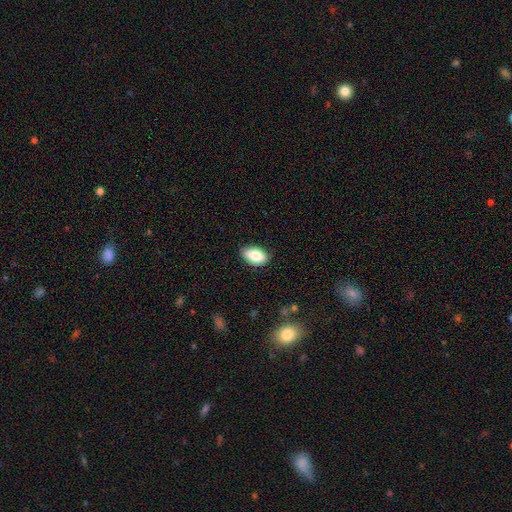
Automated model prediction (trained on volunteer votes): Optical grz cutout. It shows a smooth galaxy with no disk features (84%) that is in between round and cigar-shaped (91%). Merging: none (80%).